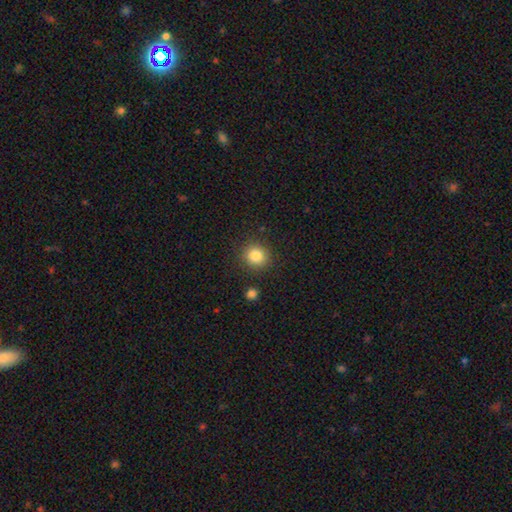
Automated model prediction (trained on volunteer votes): A smooth galaxy with no disk features (84%) that is round (88%).

Vote fractions:
- Smooth or featured? smooth: 84% / star or artifact: 11% / featured or disk: 6%
- How rounded? round: 88% / in between: 12% / cigar-shaped: 1%
- Merging? none: 87% / minor disturbance: 8% / merger: 3% / major disturbance: 3%